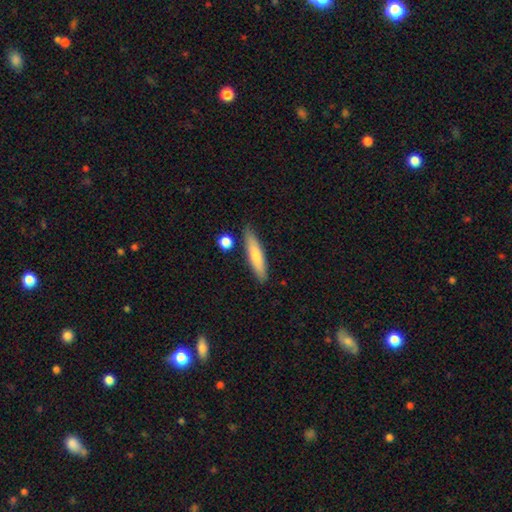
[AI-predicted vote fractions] A smooth galaxy with no disk features (70%) that is cigar-shaped (83%). Merging: none (82%).